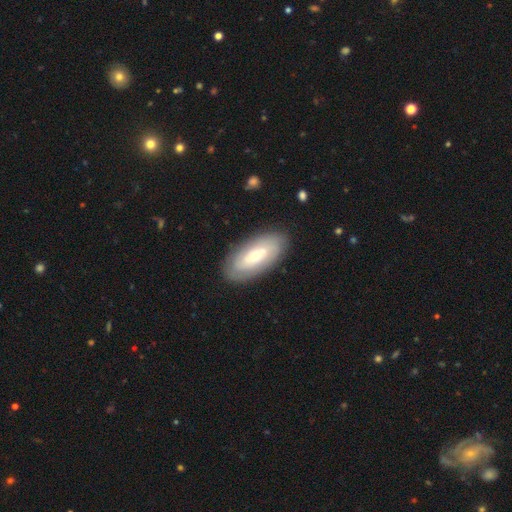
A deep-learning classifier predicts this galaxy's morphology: Smooth or featured?
  - featured or disk: 49% *
  - smooth: 45%
  - star or artifact: 6%
Merging?
  - none: 84% *
  - minor disturbance: 11%
  - major disturbance: 3%
  - merger: 1%